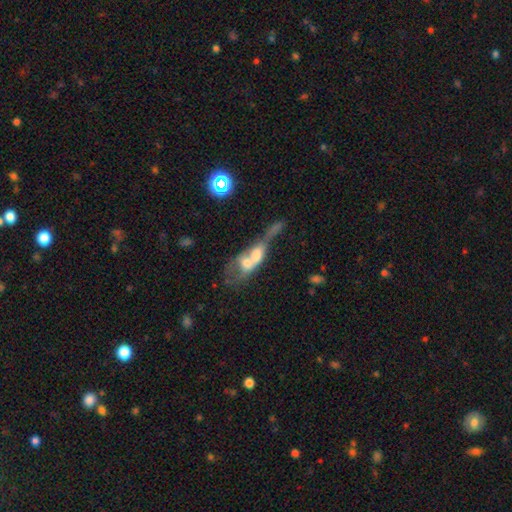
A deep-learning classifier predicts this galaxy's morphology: Smooth or featured?
  - featured or disk: 45% *
  - smooth: 43%
  - star or artifact: 12%
Merging?
  - merger: 74% *
  - major disturbance: 12%
  - none: 9%
  - minor disturbance: 5%